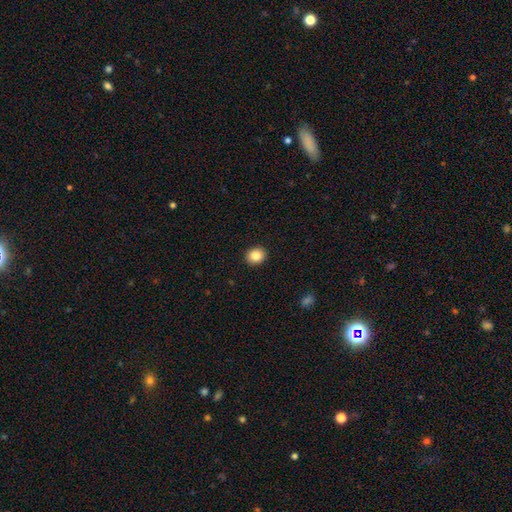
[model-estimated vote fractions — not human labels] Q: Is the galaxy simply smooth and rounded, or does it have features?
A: smooth — 85%.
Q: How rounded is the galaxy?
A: round — 69%.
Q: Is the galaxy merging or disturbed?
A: none — 92%.